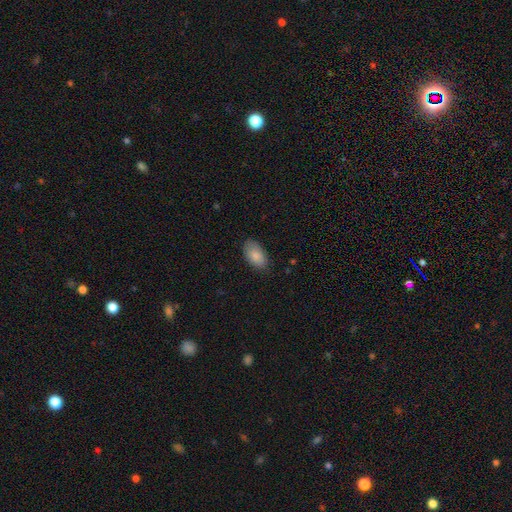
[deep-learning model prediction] Q: Smooth or featured?
A: smooth (85%); runner-up: featured or disk (8%)
Q: How rounded?
A: in between (93%); runner-up: round (5%)
Q: Merging?
A: none (81%); runner-up: minor disturbance (15%)